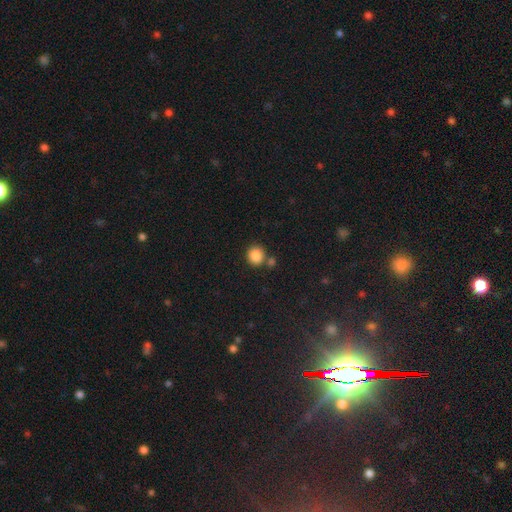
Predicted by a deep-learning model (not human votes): Smooth or featured? Predicted: smooth (p=0.86). How rounded? Predicted: round (p=0.82). Merging? Predicted: none (p=0.67).